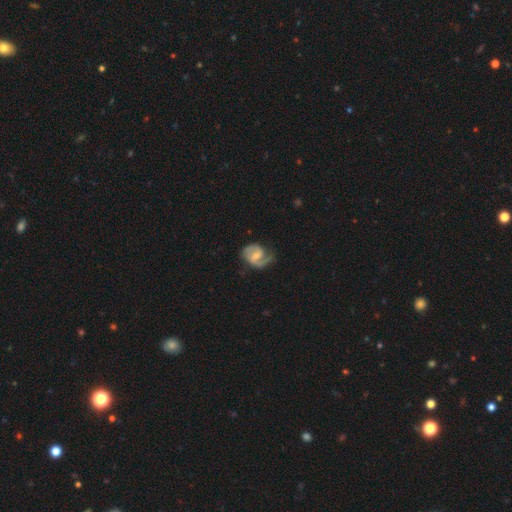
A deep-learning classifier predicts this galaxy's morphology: This appears to be a featured or disk galaxy (82%) with a weak bar (55%), 2 (74%) medium (50%) spiral arms (95%) and a small central bulge (46%). Merging: none (62%).